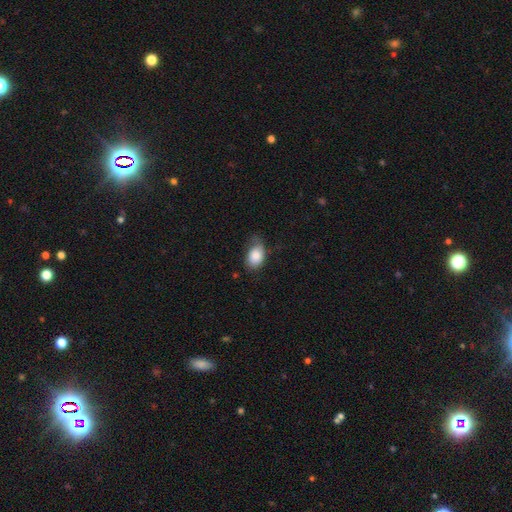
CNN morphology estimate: A smooth galaxy with no disk features (83%) that is in between round and cigar-shaped (85%).

Vote fractions:
- Smooth or featured? smooth: 83% / featured or disk: 10% / star or artifact: 7%
- How rounded? in between: 85% / round: 13% / cigar-shaped: 1%
- Merging? none: 48% / minor disturbance: 38% / major disturbance: 13% / merger: 2%